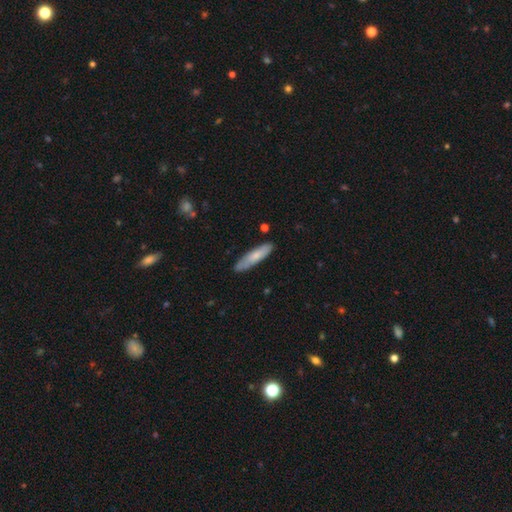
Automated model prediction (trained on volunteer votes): smooth 71%, featured or disk 24%, star or artifact 5%. Down the decision tree: how rounded — cigar-shaped (79%); merging — none (82%).